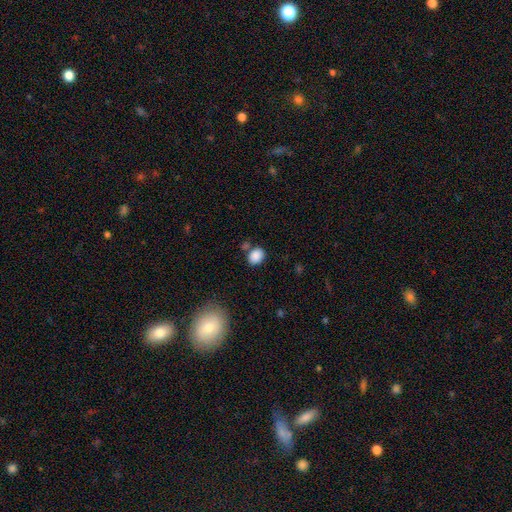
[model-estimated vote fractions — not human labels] smooth-or-featured: smooth: 87% | star or artifact: 9% | featured or disk: 4%
  how-rounded: round: 53% | in between: 46% | cigar-shaped: 1%
  merging: none: 71% | minor disturbance: 13% | merger: 11% | major disturbance: 4%